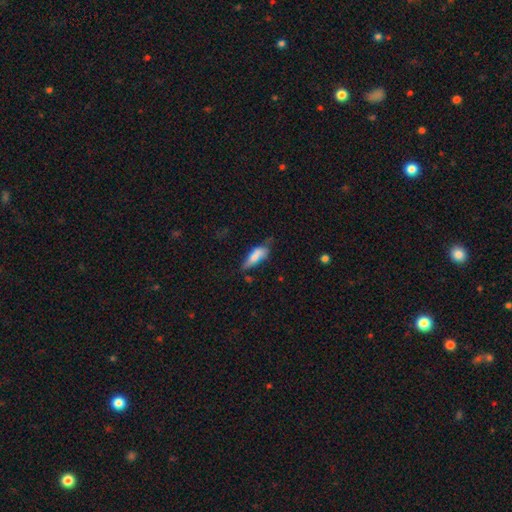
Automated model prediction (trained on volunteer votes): A smooth galaxy with no disk features (71%) that is in between round and cigar-shaped (62%). Merging: none (38%).